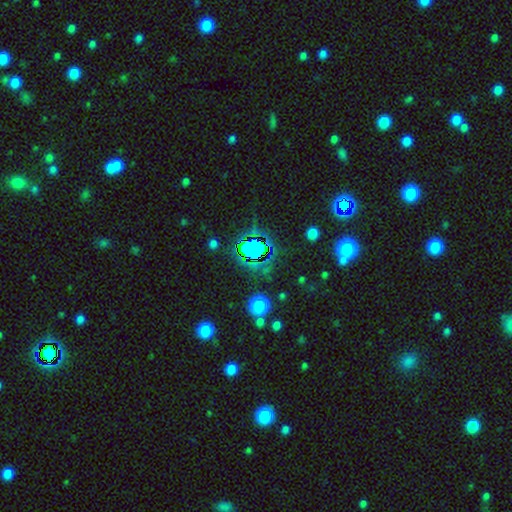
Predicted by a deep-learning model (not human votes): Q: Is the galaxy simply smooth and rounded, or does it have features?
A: star or artifact — 66%.